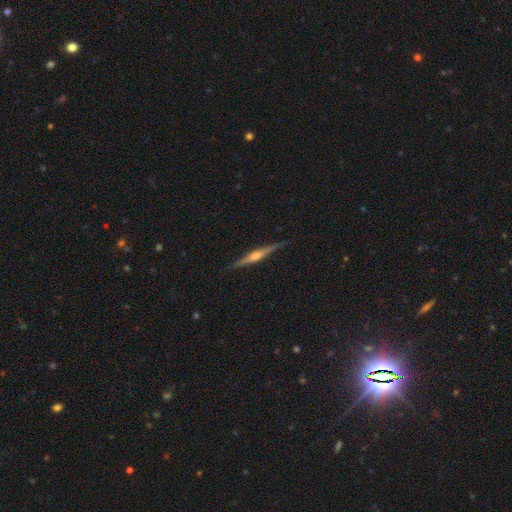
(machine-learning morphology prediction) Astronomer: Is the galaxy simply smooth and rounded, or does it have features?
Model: featured or disk — 84%.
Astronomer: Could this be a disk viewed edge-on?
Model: yes — 98%.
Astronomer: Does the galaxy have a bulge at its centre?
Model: rounded — 83%.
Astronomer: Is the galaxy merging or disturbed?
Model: none — 90%.